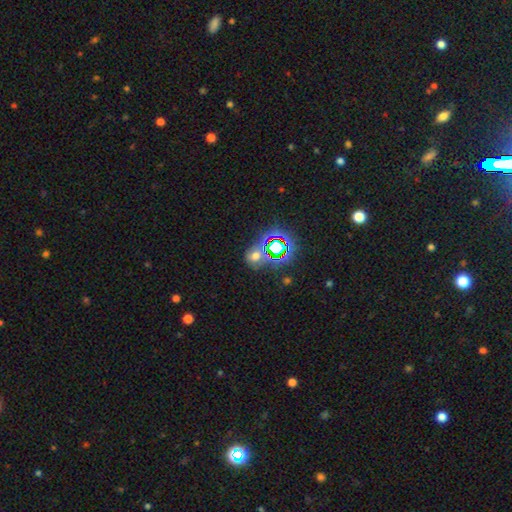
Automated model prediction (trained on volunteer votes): smooth_or_featured: star or artifact (p=0.45) [alt: smooth p=0.43]